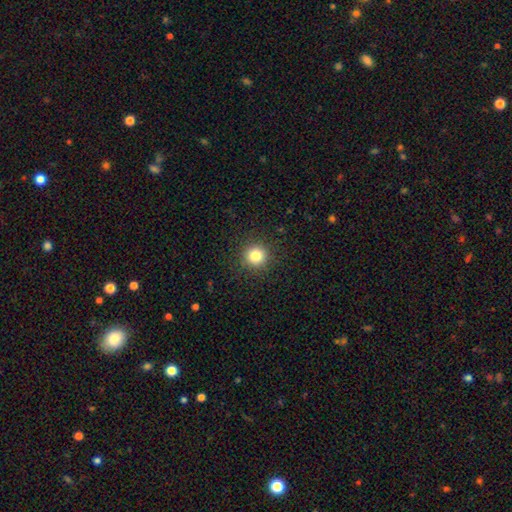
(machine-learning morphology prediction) Smooth or featured?
  - smooth: 82% *
  - star or artifact: 13%
  - featured or disk: 6%
How rounded?
  - round: 95% *
  - in between: 4%
  - cigar-shaped: 1%
Merging?
  - none: 91% *
  - minor disturbance: 6%
  - major disturbance: 2%
  - merger: 1%